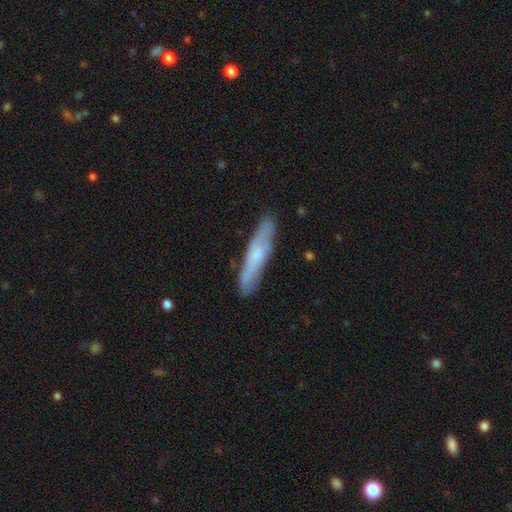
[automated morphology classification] Smooth or featured?
  - smooth: 50% *
  - featured or disk: 43%
  - star or artifact: 7%
How rounded?
  - cigar-shaped: 88% *
  - in between: 11%
  - round: 1%
Merging?
  - none: 83% *
  - minor disturbance: 13%
  - major disturbance: 2%
  - merger: 2%